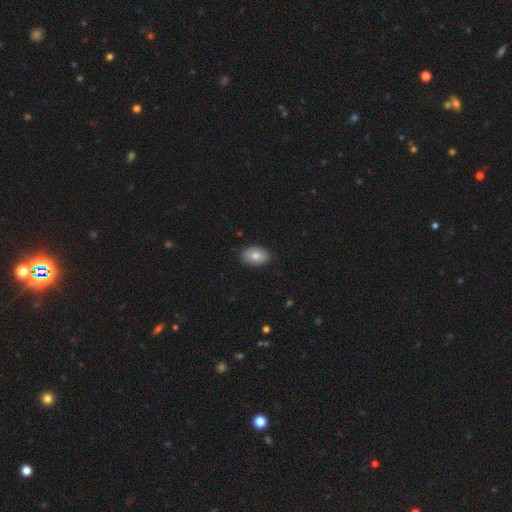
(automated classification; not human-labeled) smooth 79%, featured or disk 14%, star or artifact 7%. Down the decision tree: how rounded — in between (89%); merging — none (86%).